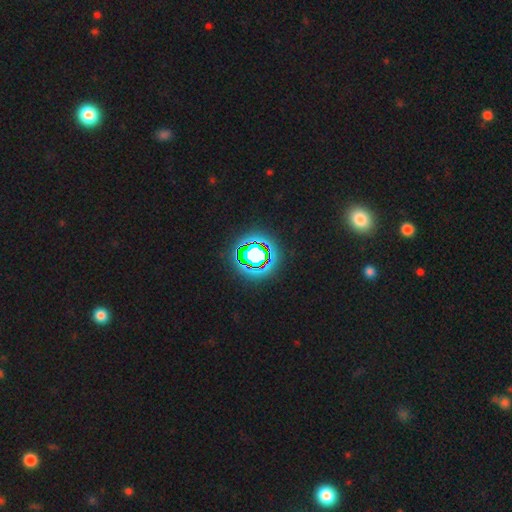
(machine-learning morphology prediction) Overall: star or artifact (66%).